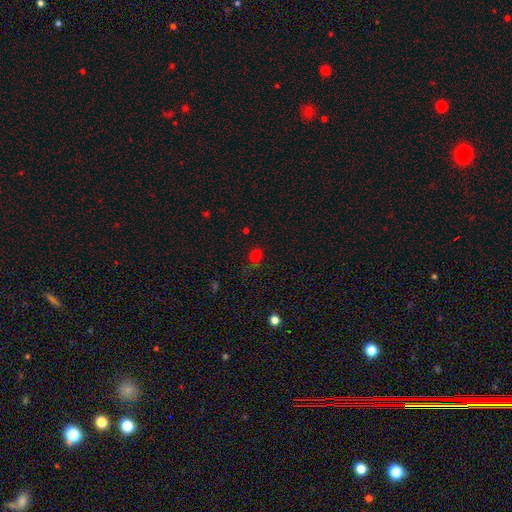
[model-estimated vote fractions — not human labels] This is likely a smooth galaxy (70%). How rounded: likely round (74%). Merging: likely none (72%).